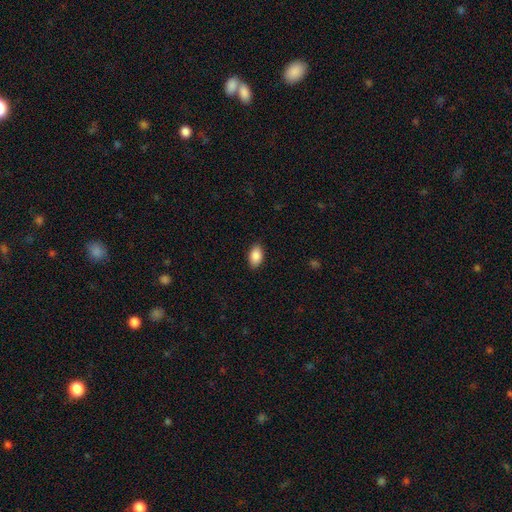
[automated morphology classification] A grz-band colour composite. It shows a smooth galaxy with no disk features (89%) that is in between round and cigar-shaped (93%). Merging: none (88%).